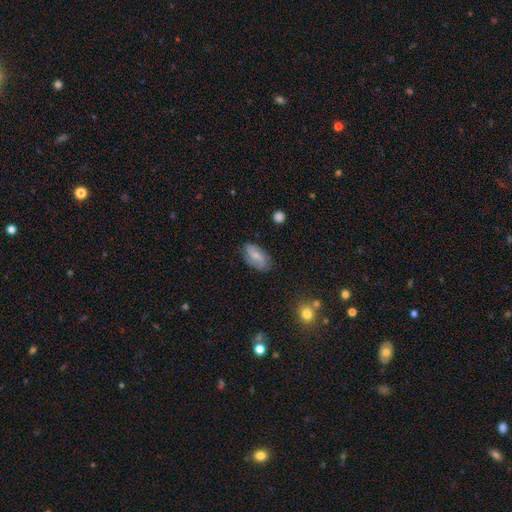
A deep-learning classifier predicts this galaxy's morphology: type=smooth (52%); roundness=in between (90%); merging=none (75%).